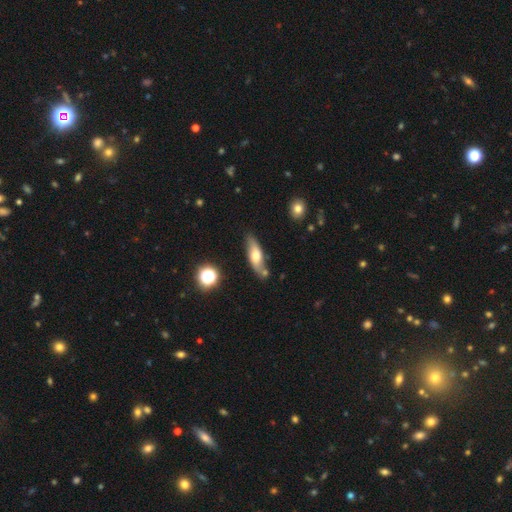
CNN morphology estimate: smooth_or_featured: smooth (p=0.53) [alt: featured or disk p=0.39]
how_rounded: in between (p=0.53) [alt: cigar-shaped p=0.44]
merging: none (p=0.67) [alt: minor disturbance p=0.19]